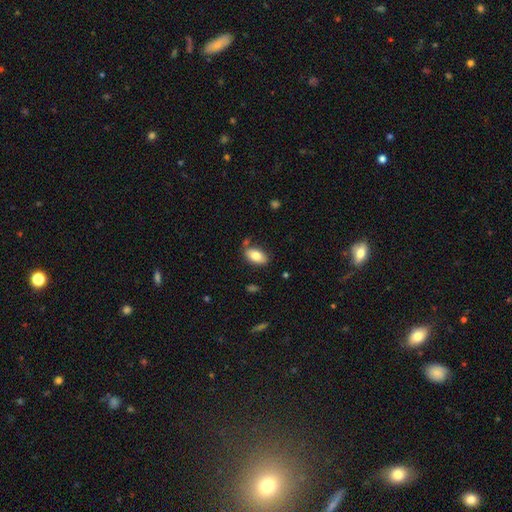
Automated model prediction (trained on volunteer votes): Smooth or featured: smooth — 80% (featured or disk — 13%)
How rounded: in between — 93% (round — 4%)
Merging: none — 78% (minor disturbance — 14%)